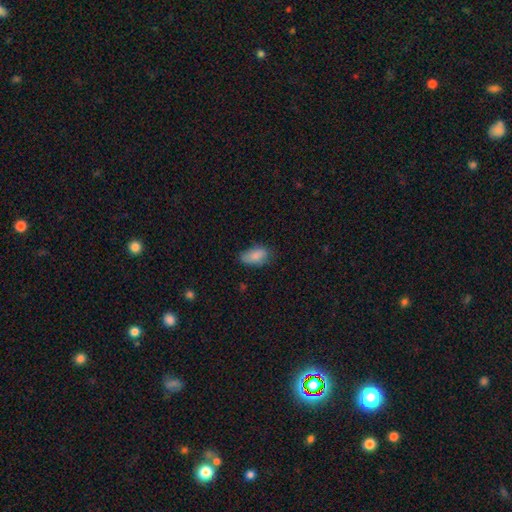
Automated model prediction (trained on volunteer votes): Smooth or featured?
  - smooth: 85% *
  - featured or disk: 8%
  - star or artifact: 7%
How rounded?
  - in between: 91% *
  - cigar-shaped: 4%
  - round: 4%
Merging?
  - none: 64% *
  - minor disturbance: 28%
  - major disturbance: 6%
  - merger: 2%